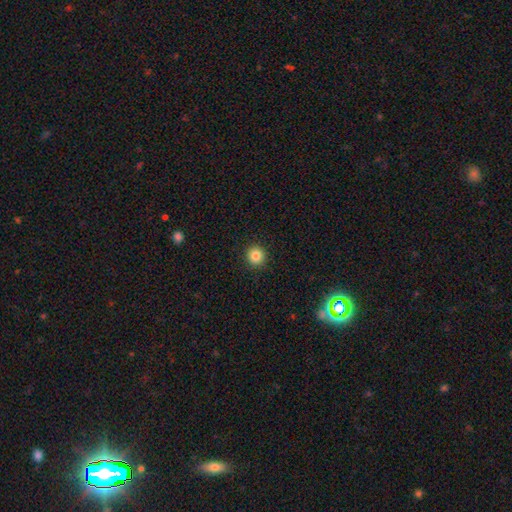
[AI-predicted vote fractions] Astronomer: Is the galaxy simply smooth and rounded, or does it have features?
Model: smooth — 85%.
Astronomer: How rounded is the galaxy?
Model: round — 94%.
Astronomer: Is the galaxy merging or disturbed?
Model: none — 93%.